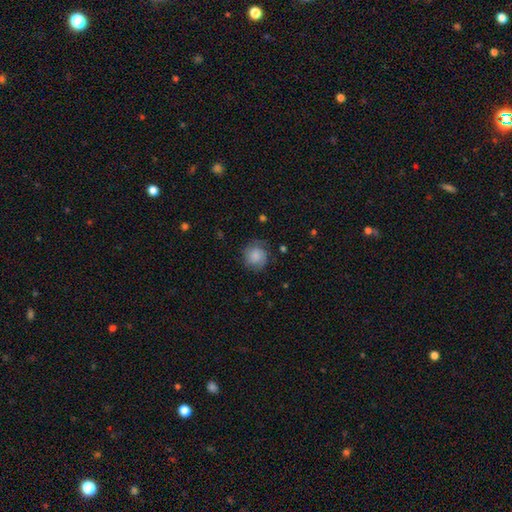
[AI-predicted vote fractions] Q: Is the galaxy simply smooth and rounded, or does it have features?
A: smooth — 65%.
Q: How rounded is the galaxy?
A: round — 87%.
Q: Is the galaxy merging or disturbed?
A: none — 68%.